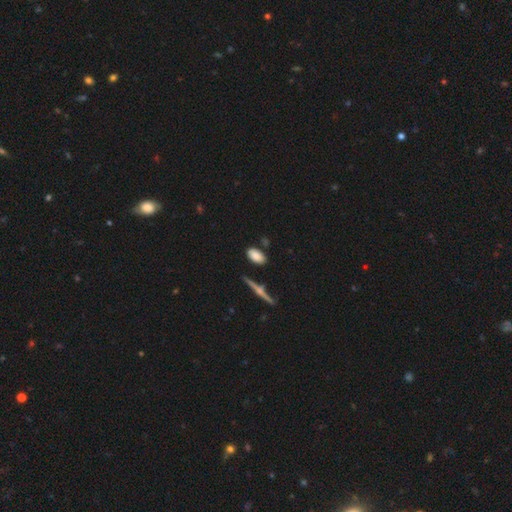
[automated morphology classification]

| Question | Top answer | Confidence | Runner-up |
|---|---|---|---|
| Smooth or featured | smooth | 81% | featured or disk (11%) |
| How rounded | in between | 91% | round (5%) |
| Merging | none | 81% | minor disturbance (12%) |